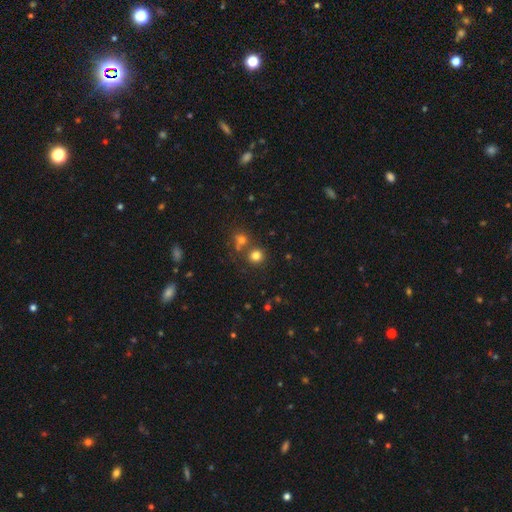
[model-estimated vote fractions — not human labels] Smooth or featured: smooth — 76% (star or artifact — 17%)
How rounded: round — 88% (in between — 11%)
Merging: none — 70% (merger — 20%)